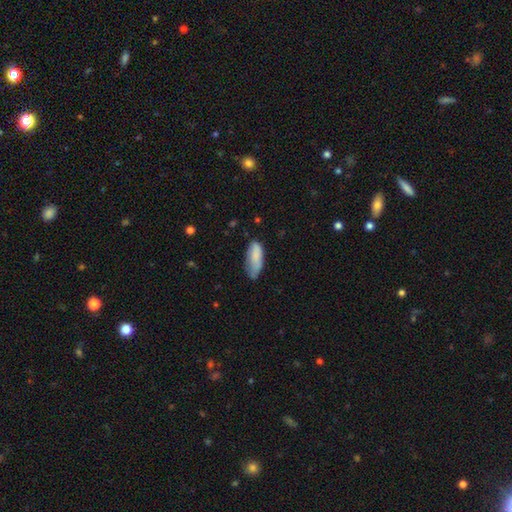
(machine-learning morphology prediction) This appears to be a smooth galaxy with no disk features (79%) that is in between round and cigar-shaped (79%). Merging: none (45%).